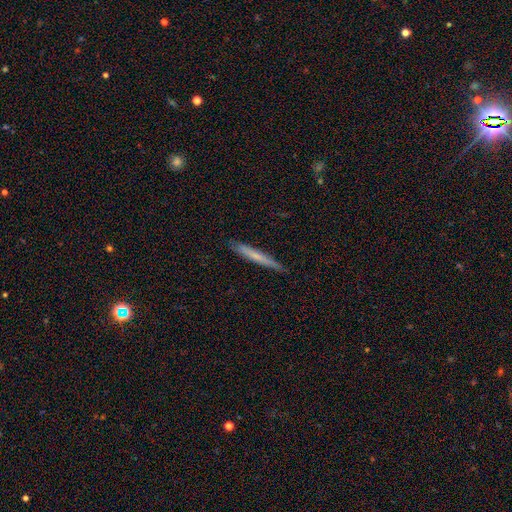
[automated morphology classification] smooth-or-featured: smooth: 57% | featured or disk: 37% | star or artifact: 6%
  how-rounded: cigar-shaped: 96% | in between: 2% | round: 1%
  merging: none: 87% | minor disturbance: 10% | major disturbance: 2% | merger: 1%